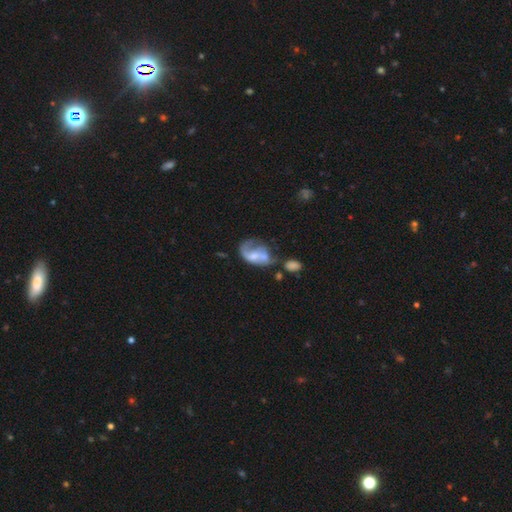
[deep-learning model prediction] The model was most divided on "merging" (2-way tie): merger: 32%, major disturbance: 32%, none: 20%, minor disturbance: 16%. Remaining: edge-on disk — no (96%); bar — no (63%); spiral arms — yes (59%); smooth or featured — featured or disk (56%); bulge size — moderate (38%).